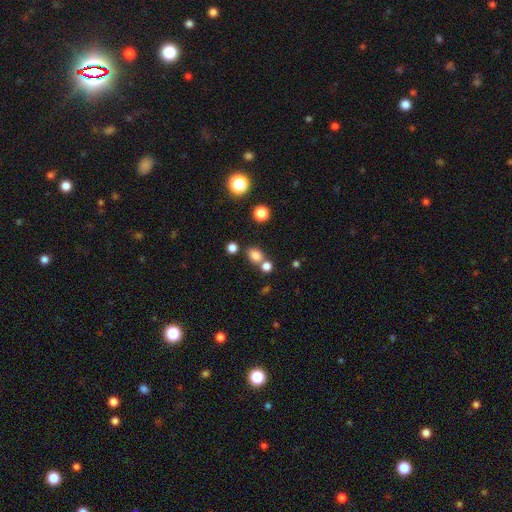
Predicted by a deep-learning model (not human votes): Smooth or featured?
  - smooth: 80% *
  - star or artifact: 14%
  - featured or disk: 6%
How rounded?
  - in between: 53% *
  - round: 45%
  - cigar-shaped: 1%
Merging?
  - none: 60% *
  - merger: 26%
  - minor disturbance: 10%
  - major disturbance: 4%